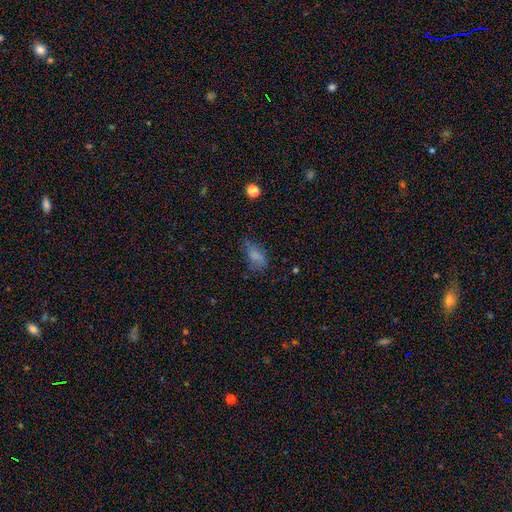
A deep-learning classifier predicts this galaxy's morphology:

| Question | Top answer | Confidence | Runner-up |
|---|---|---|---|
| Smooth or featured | smooth | 71% | featured or disk (16%) |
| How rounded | in between | 85% | cigar-shaped (9%) |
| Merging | none | 47% | minor disturbance (32%) |